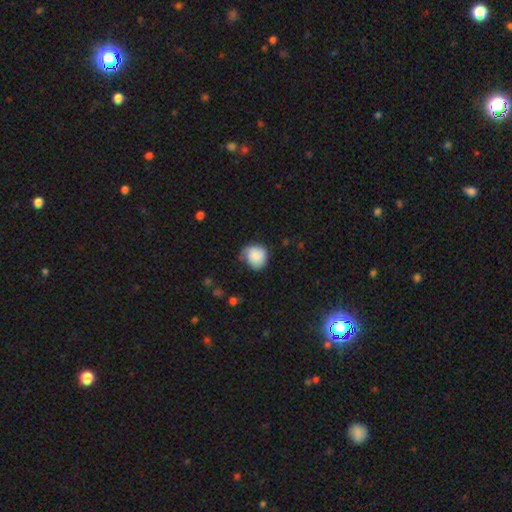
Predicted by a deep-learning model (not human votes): Smooth or featured: smooth — 81% (featured or disk — 12%)
How rounded: round — 82% (in between — 17%)
Merging: none — 60% (minor disturbance — 30%)